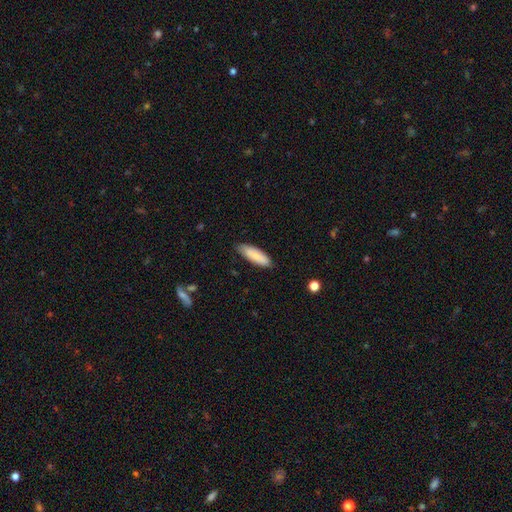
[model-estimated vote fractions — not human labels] This appears to be a smooth galaxy with no disk features (86%) that is in between round and cigar-shaped (55%). Merging: none (81%).